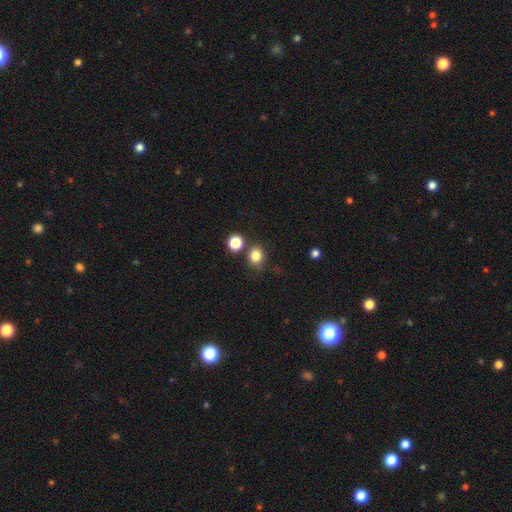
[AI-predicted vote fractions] Overall: smooth (83%). How rounded: round (75%). Merging: none (73%).